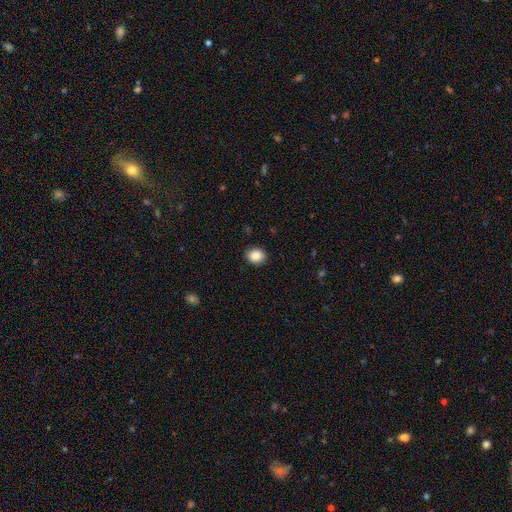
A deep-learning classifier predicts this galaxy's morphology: Smooth or featured? smooth (88%)
How rounded? round (65%)
Merging? none (90%)